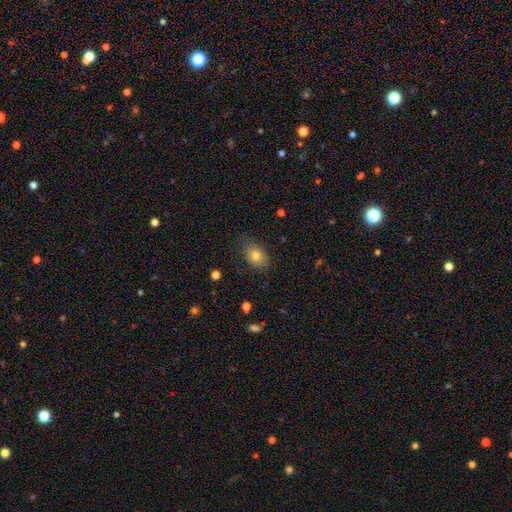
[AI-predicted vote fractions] Smooth or featured?
  - smooth: 77% *
  - featured or disk: 13%
  - star or artifact: 10%
How rounded?
  - in between: 74% *
  - round: 25%
  - cigar-shaped: 1%
Merging?
  - none: 68% *
  - minor disturbance: 24%
  - major disturbance: 7%
  - merger: 1%